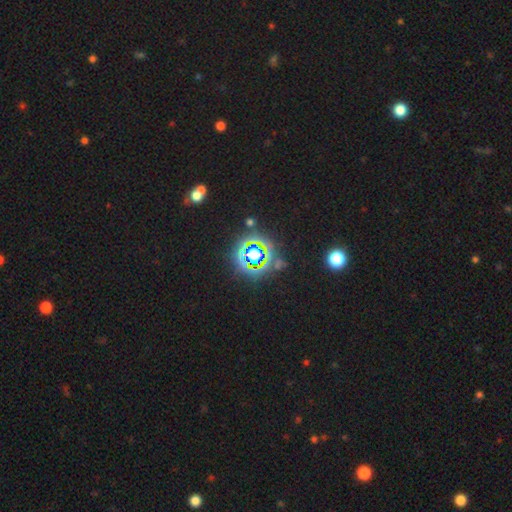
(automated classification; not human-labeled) smooth_or_featured: star or artifact (p=0.79) [alt: smooth p=0.13]